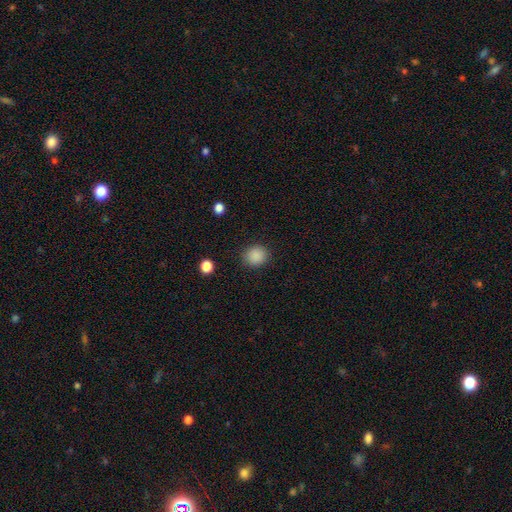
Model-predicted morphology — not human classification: A smooth galaxy with no disk features (88%) that is round (84%). Merging: none (88%).